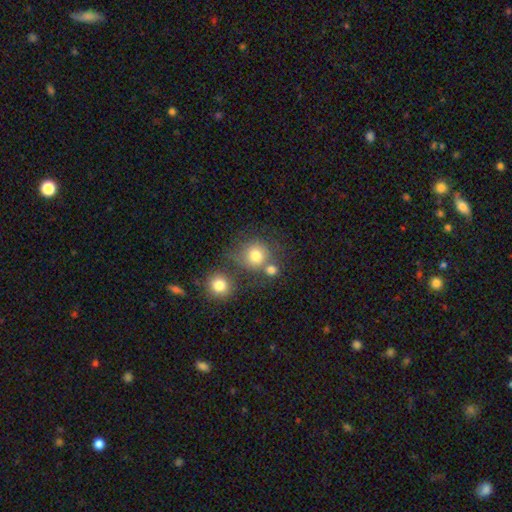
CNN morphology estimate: This appears to be a smooth galaxy with no disk features (77%) that is round (86%). Merging: none (54%).